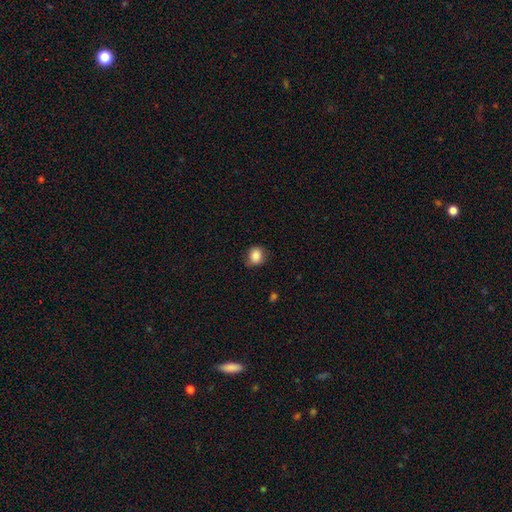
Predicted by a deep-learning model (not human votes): smooth-or-featured: smooth: 86% | star or artifact: 9% | featured or disk: 5%
  how-rounded: round: 68% | in between: 31% | cigar-shaped: 1%
  merging: none: 74% | minor disturbance: 21% | major disturbance: 4% | merger: 1%